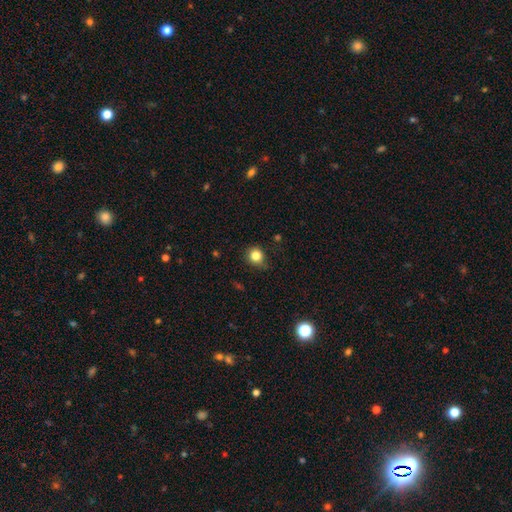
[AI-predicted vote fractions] Q: Smooth or featured?
A: smooth (83%); runner-up: star or artifact (11%)
Q: How rounded?
A: round (83%); runner-up: in between (16%)
Q: Merging?
A: none (74%); runner-up: minor disturbance (20%)